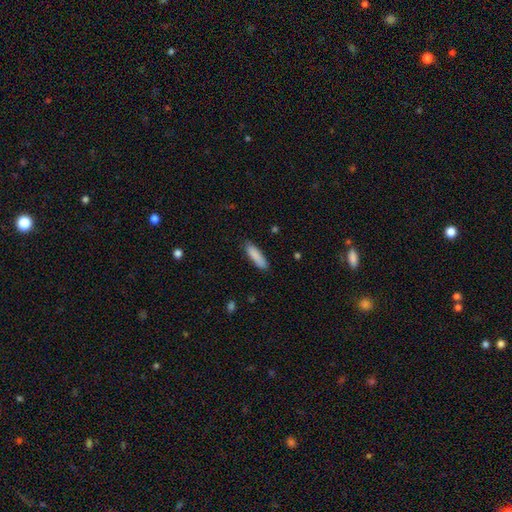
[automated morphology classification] This appears to be a smooth galaxy with no disk features (88%) that is cigar-shaped (64%). Merging: none (86%).